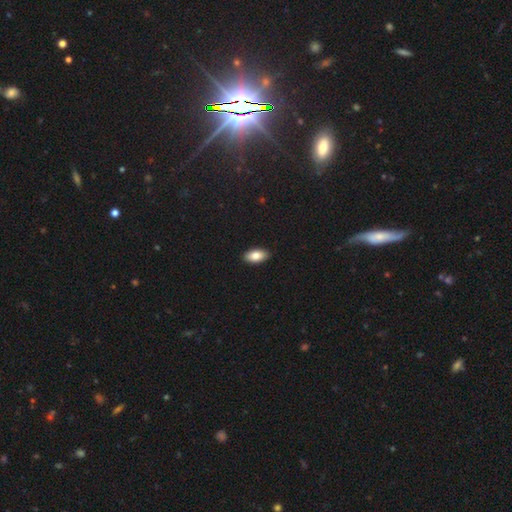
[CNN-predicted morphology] A smooth galaxy with no disk features (82%) that is in between round and cigar-shaped (93%).

Vote fractions:
- Smooth or featured? smooth: 82% / featured or disk: 11% / star or artifact: 7%
- How rounded? in between: 93% / cigar-shaped: 4% / round: 3%
- Merging? none: 90% / minor disturbance: 7% / major disturbance: 2% / merger: 1%